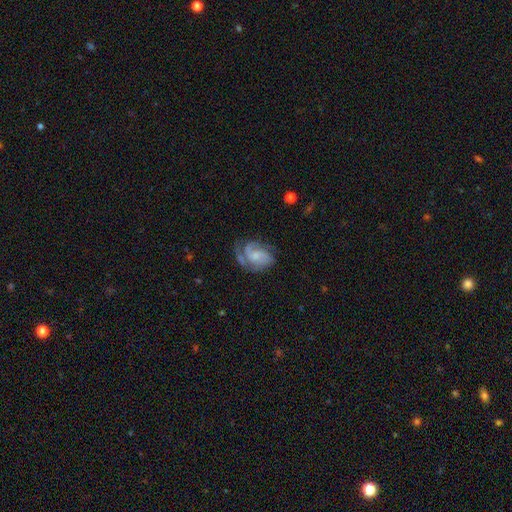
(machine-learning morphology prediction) Smooth or featured?
  - featured or disk: 71% *
  - smooth: 22%
  - star or artifact: 7%
Edge-on disk?
  - no: 97% *
  - yes: 3%
Bar?
  - no: 58% *
  - weak: 35%
  - strong: 6%
Spiral arms?
  - yes: 90% *
  - no: 10%
Spiral winding?
  - medium: 43% *
  - tight: 38%
  - loose: 19%
Spiral arm count?
  - 2: 41% *
  - can't tell: 21%
  - 3: 17%
  - 1: 15%
  - 4: 3%
  - more than 4: 3%
Bulge size?
  - small: 41% *
  - moderate: 28%
  - none: 24%
  - large: 6%
  - dominant: 2%
Merging?
  - none: 50% *
  - minor disturbance: 25%
  - major disturbance: 23%
  - merger: 3%